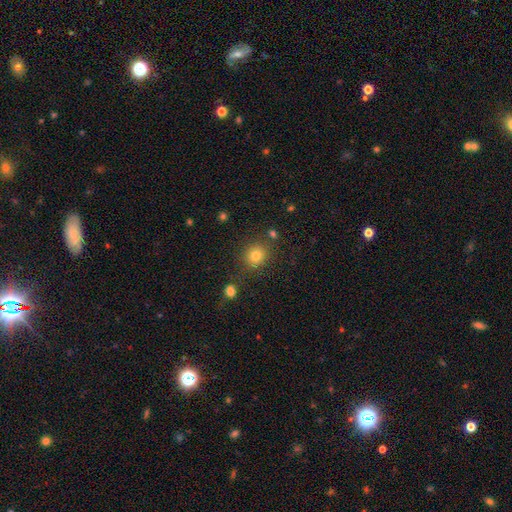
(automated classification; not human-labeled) Morphology: type=smooth (80%); roundness=round (83%); merging=none (81%).